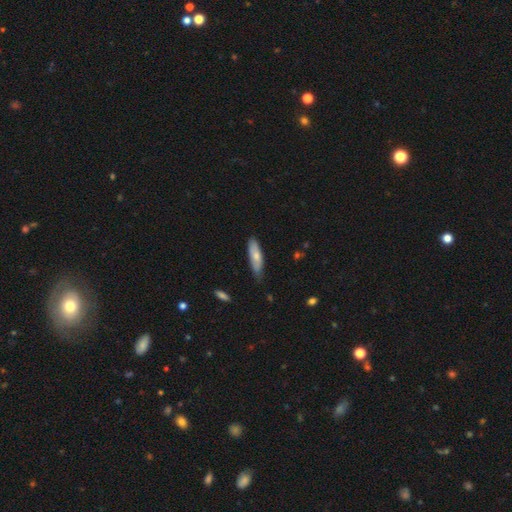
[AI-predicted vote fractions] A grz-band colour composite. It shows a smooth galaxy with no disk features (69%) that is cigar-shaped (57%). Merging: none (68%).